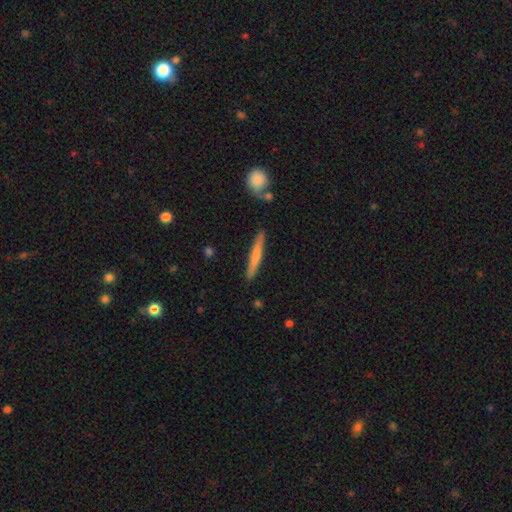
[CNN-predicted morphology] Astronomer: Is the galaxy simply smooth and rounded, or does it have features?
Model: smooth — 63%.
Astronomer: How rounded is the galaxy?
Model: cigar-shaped — 95%.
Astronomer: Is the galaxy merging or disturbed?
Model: none — 87%.